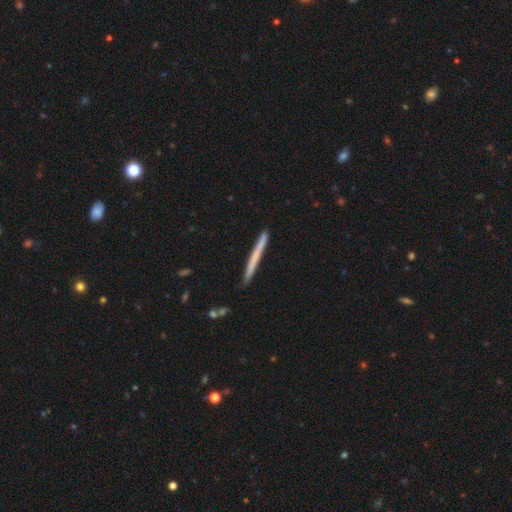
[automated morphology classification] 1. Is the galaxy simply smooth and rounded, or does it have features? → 59% smooth, 35% featured or disk, 6% star or artifact.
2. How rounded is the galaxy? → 97% cigar-shaped, 1% in between, 1% round.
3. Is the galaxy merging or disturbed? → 90% none, 8% minor disturbance, 1% merger, 1% major disturbance.